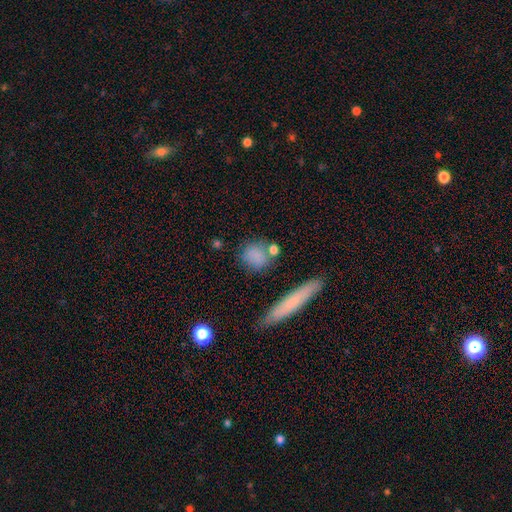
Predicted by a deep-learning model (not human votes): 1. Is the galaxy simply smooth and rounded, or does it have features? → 81% smooth, 10% featured or disk, 9% star or artifact.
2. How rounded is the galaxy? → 68% round, 25% in between, 7% cigar-shaped.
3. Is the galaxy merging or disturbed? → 67% none, 15% minor disturbance, 12% merger, 6% major disturbance.